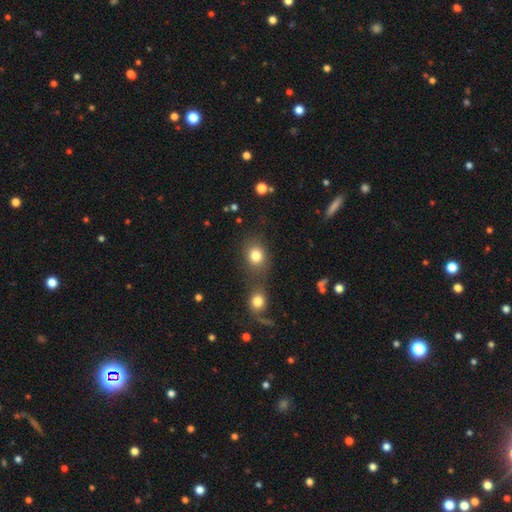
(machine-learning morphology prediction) A smooth galaxy with no disk features (80%) that is round (66%). Merging: none (53%).